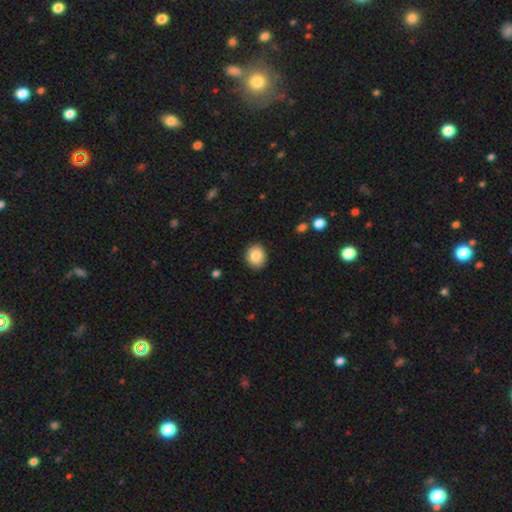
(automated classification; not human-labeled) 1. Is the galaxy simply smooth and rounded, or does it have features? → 86% smooth, 8% star or artifact, 6% featured or disk.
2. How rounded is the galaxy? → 60% round, 39% in between, 1% cigar-shaped.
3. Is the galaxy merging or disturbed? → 89% none, 8% minor disturbance, 2% major disturbance, 1% merger.